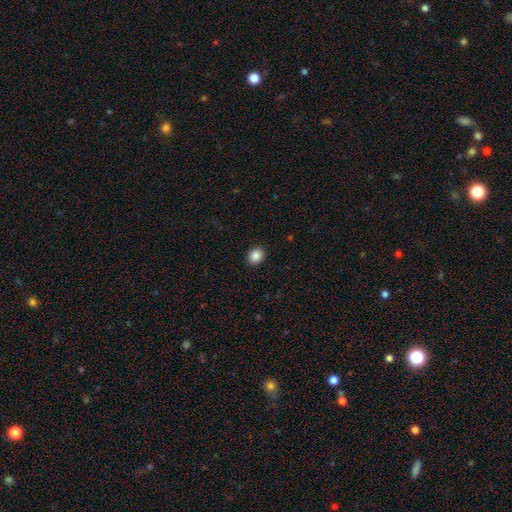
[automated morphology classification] type=smooth (87%); roundness=round (67%); merging=none (92%).